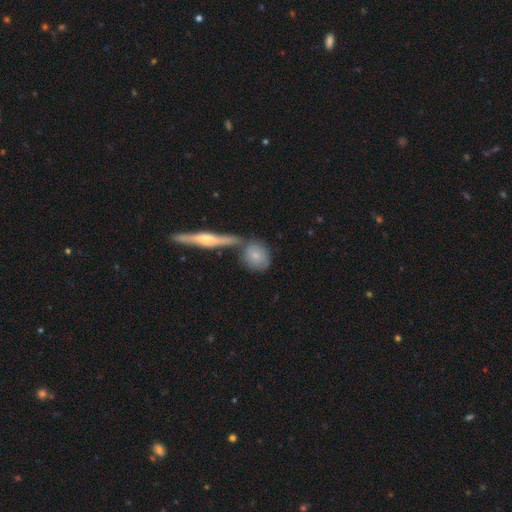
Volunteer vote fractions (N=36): Smooth or featured?
  - smooth: 78% *
  - featured or disk: 17%
  - star or artifact: 6%
How rounded?
  - round: 71% *
  - in between: 21%
  - cigar-shaped: 7%
Merging?
  - none: 65% *
  - merger: 18%
  - minor disturbance: 15%
  - major disturbance: 3%